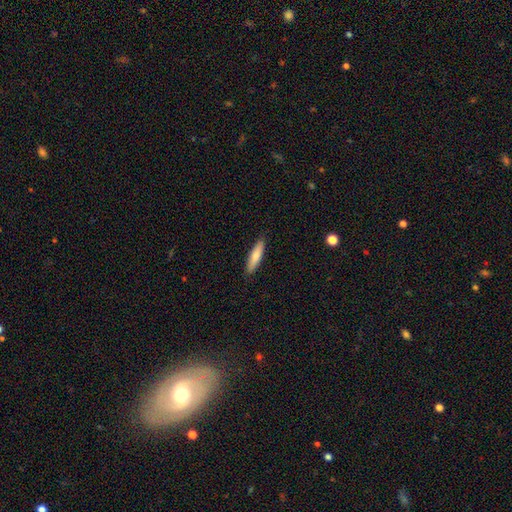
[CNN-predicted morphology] Overall: smooth (76%). How rounded: cigar-shaped (75%). Merging: none (89%).